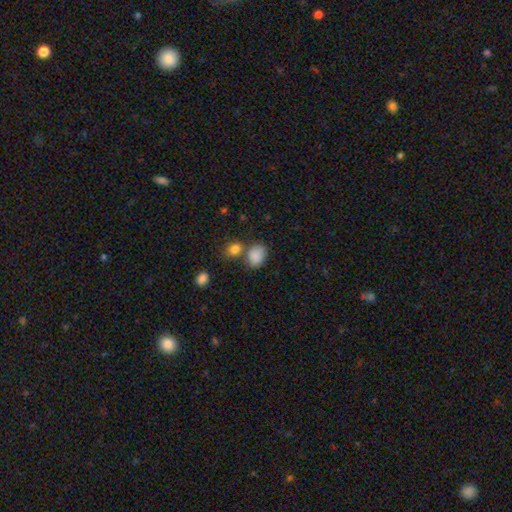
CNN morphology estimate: A smooth galaxy with no disk features (86%) that is in between round and cigar-shaped (72%). Merging: none (57%).